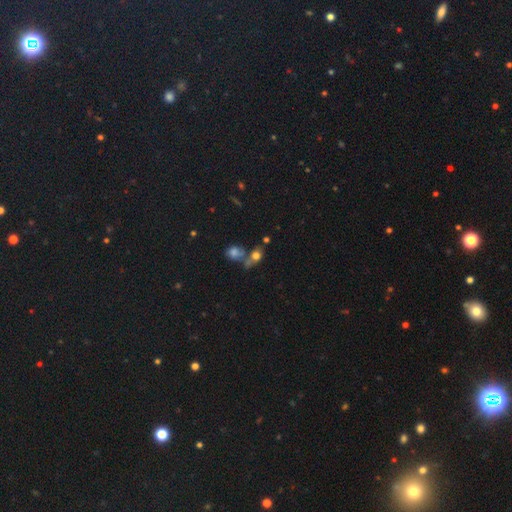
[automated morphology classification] smooth 65%, featured or disk 18%, star or artifact 17%. Down the decision tree: how rounded — round (51%); merging — merger (43%).